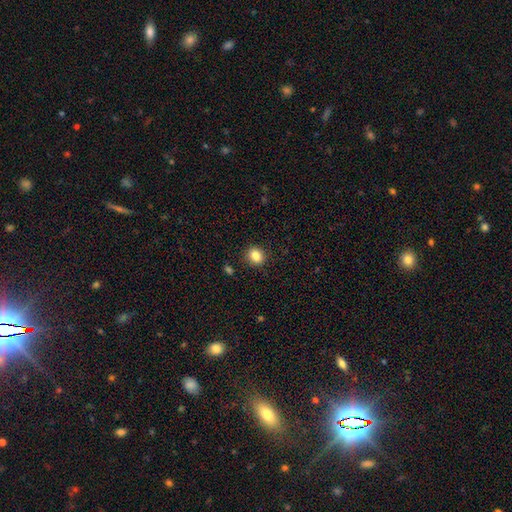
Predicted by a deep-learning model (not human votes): Morphology: type=smooth (85%); roundness=round (66%); merging=none (89%).